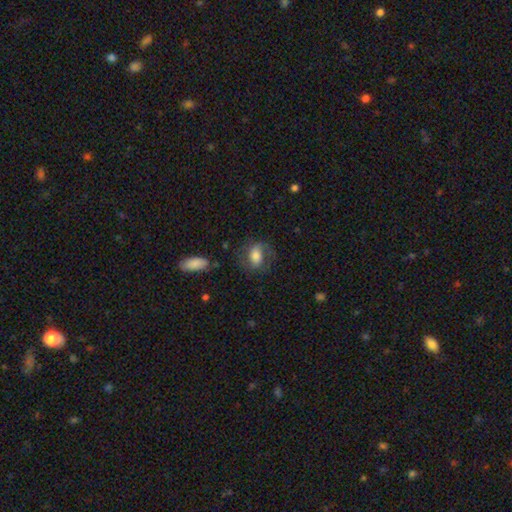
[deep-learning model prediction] smooth-or-featured: smooth: 48% | featured or disk: 44% | star or artifact: 8%
  merging: none: 63% | minor disturbance: 19% | major disturbance: 16% | merger: 2%